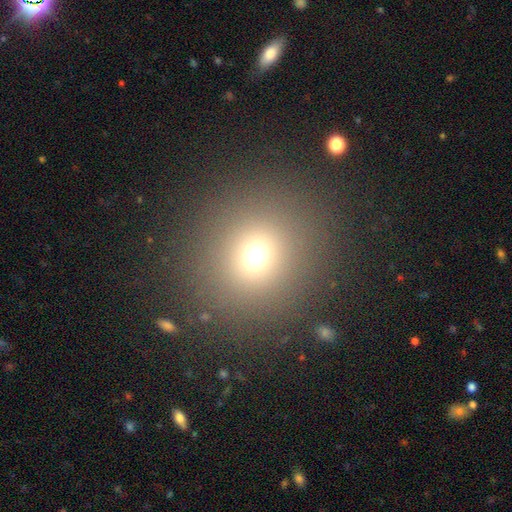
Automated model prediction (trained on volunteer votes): A smooth galaxy with no disk features (67%) that is round (87%).

Vote fractions:
- Smooth or featured? smooth: 67% / star or artifact: 24% / featured or disk: 8%
- How rounded? round: 87% / in between: 12% / cigar-shaped: 1%
- Merging? none: 85% / minor disturbance: 7% / major disturbance: 5% / merger: 3%